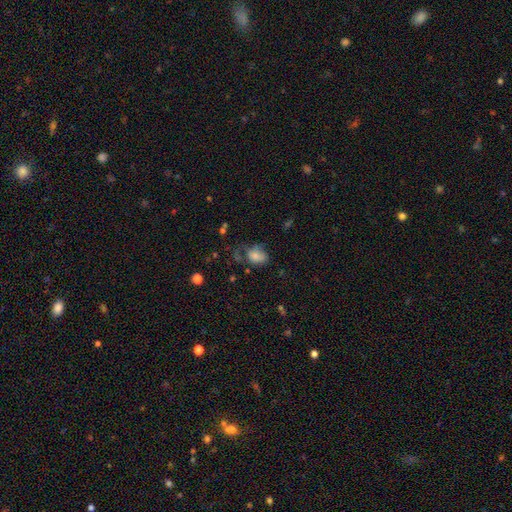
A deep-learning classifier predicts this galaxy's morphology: Smooth or featured? smooth (78%)
How rounded? in between (76%)
Merging? none (41%)